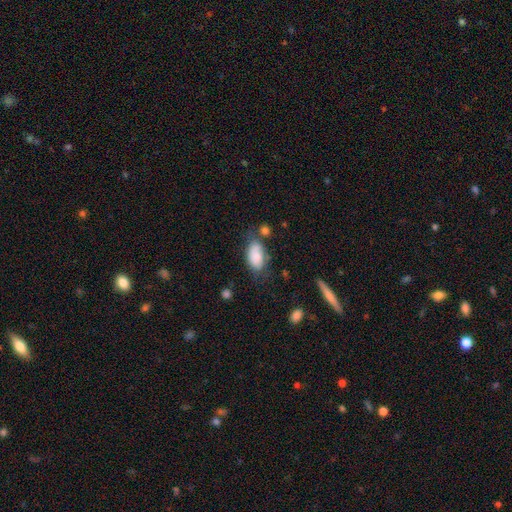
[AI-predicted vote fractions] This is clearly a smooth galaxy (80%). How rounded: clearly in between (93%). Merging: possibly none (52%).